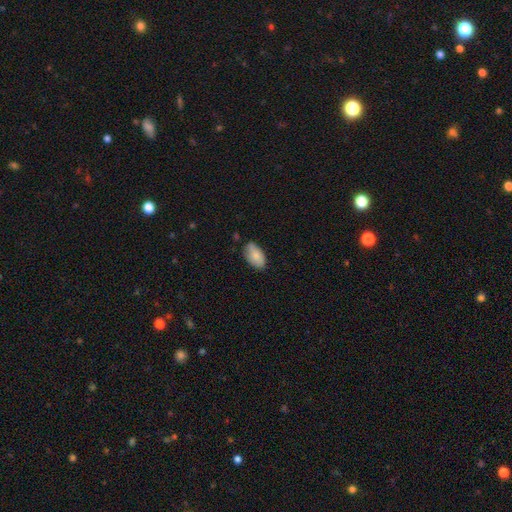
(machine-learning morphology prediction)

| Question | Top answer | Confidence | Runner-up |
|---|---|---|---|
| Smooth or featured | smooth | 78% | featured or disk (15%) |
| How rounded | in between | 94% | round (4%) |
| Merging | none | 69% | minor disturbance (24%) |